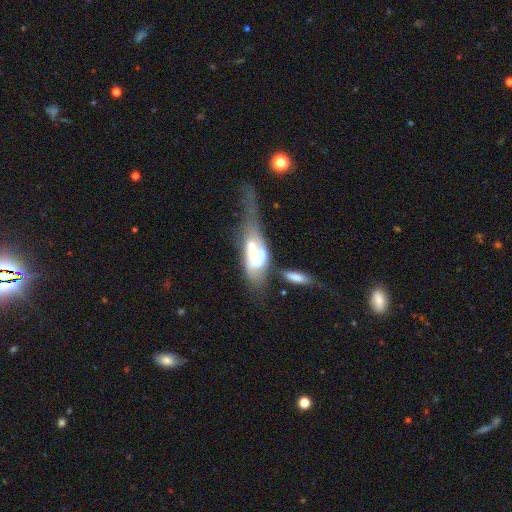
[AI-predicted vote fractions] Smooth or featured: featured or disk — 58% (smooth — 33%)
Edge-on disk: no — 85% (yes — 15%)
Merging: merger — 49% (major disturbance — 31%)